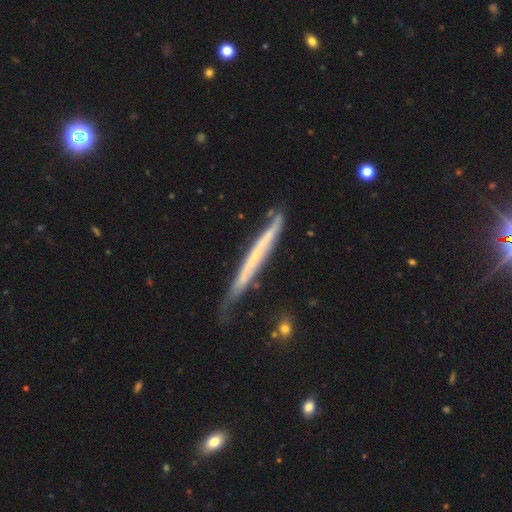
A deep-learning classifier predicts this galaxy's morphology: Q: Smooth or featured?
A: featured or disk (67%); runner-up: smooth (27%)
Q: Edge-on disk?
A: yes (89%); runner-up: no (11%)
Q: Edge-on bulge?
A: none (73%); runner-up: rounded (23%)
Q: Merging?
A: none (63%); runner-up: minor disturbance (28%)